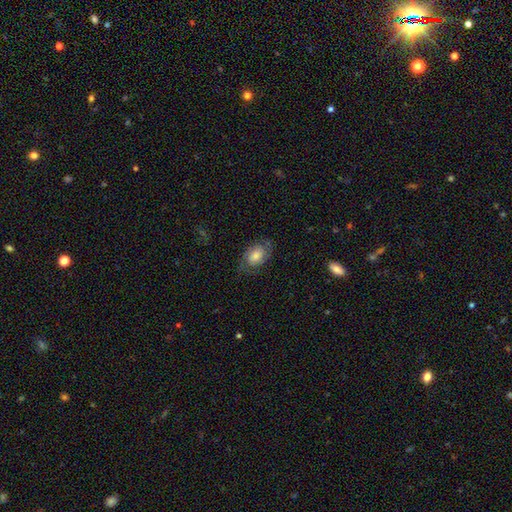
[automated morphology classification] smooth 52%, featured or disk 40%, star or artifact 8%. Down the decision tree: how rounded — in between (86%); merging — none (69%).